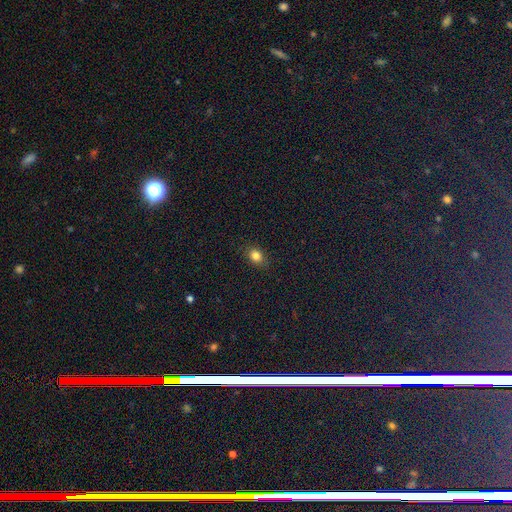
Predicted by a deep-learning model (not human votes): A smooth galaxy with no disk features (82%) that is in between round and cigar-shaped (57%).

Vote fractions:
- Smooth or featured? smooth: 82% / star or artifact: 12% / featured or disk: 6%
- How rounded? in between: 57% / round: 42% / cigar-shaped: 1%
- Merging? none: 86% / minor disturbance: 11% / major disturbance: 2% / merger: 1%